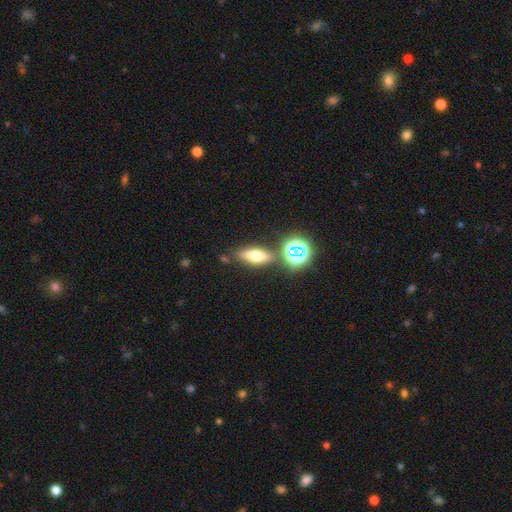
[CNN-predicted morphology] This appears to be a smooth galaxy with no disk features (57%) that is in between round and cigar-shaped (56%). Merging: none (75%).